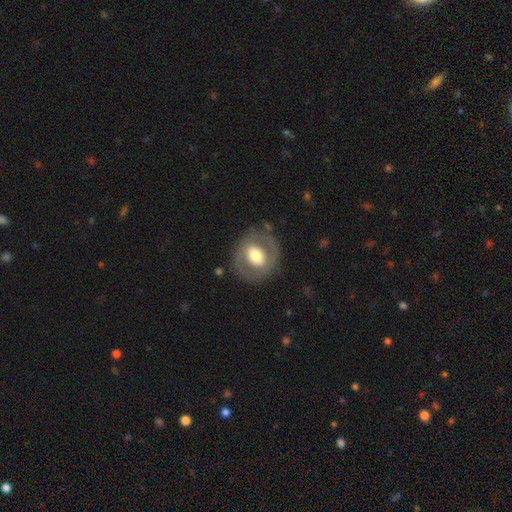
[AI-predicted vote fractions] This is possibly a featured or disk galaxy (49%). Merging: likely none (77%).